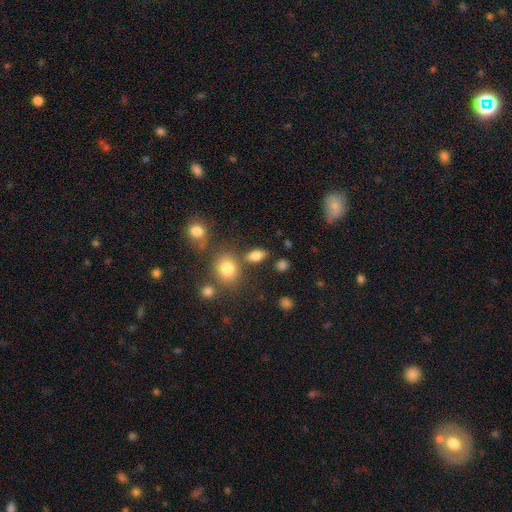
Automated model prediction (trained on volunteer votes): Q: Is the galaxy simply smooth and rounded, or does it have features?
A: smooth — 80%.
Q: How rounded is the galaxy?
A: in between — 81%.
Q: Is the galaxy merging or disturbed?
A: none — 74%.